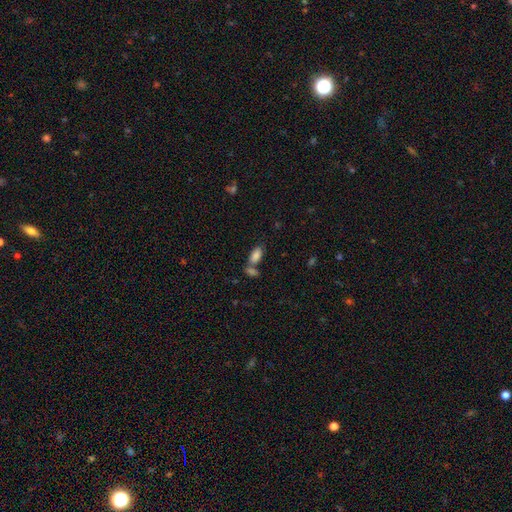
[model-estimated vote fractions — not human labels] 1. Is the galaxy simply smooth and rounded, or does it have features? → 85% smooth, 8% star or artifact, 6% featured or disk.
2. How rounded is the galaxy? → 92% in between, 5% cigar-shaped, 3% round.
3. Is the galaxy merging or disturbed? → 50% none, 35% merger, 11% minor disturbance, 4% major disturbance.